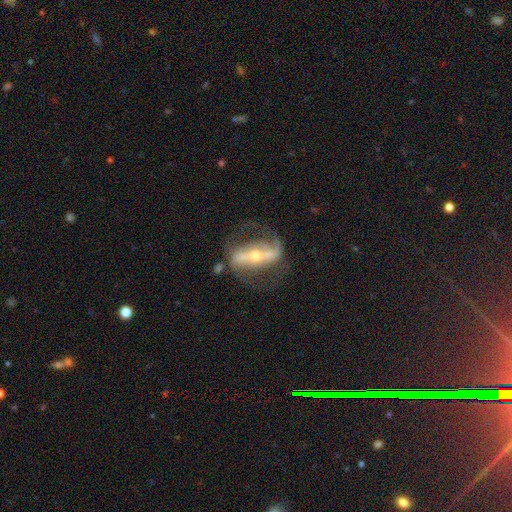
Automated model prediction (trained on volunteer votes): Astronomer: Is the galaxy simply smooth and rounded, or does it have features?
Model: featured or disk — 86%.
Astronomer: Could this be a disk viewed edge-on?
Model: no — 90%.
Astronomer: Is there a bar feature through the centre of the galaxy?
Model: strong — 67%.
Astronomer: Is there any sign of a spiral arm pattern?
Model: yes — 90%.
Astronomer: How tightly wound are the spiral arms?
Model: medium — 43% (runner-up: loose, 41%).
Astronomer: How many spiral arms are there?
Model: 2 — 85%.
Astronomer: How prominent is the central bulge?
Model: small — 49% (runner-up: moderate, 45%).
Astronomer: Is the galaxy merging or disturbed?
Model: none — 62%.